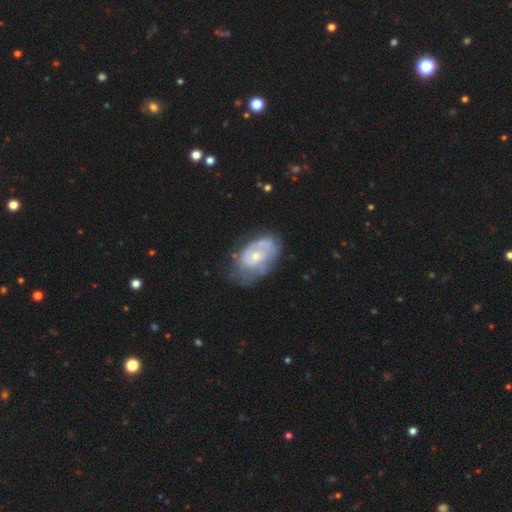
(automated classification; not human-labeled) Morphology: type=featured or disk (62%); edge-on=no (96%); bar=no (76%); spiral arms=yes (57%); bulge=small (53%); merging=none (50%).